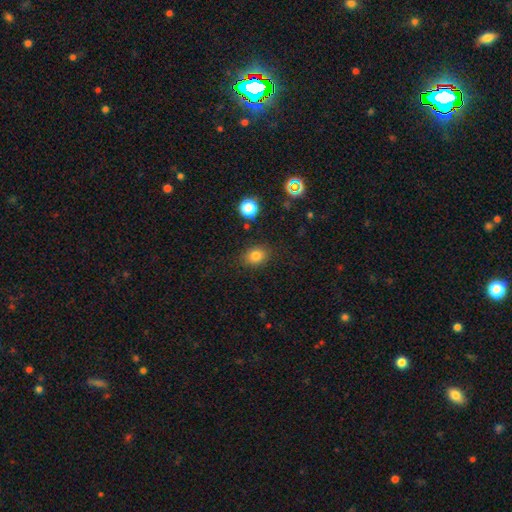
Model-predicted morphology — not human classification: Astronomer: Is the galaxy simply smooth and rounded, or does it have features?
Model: smooth — 81%.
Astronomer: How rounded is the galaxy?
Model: in between — 56% (runner-up: round, 43%).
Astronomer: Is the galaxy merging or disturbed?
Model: none — 83%.